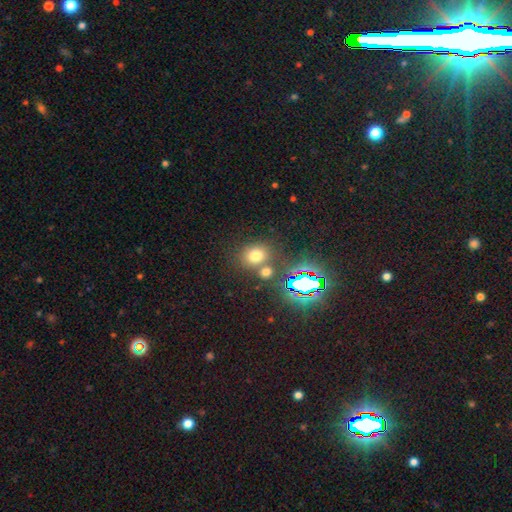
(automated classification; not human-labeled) Smooth or featured?
  - smooth: 66% *
  - star or artifact: 25%
  - featured or disk: 9%
How rounded?
  - round: 63% *
  - in between: 36%
  - cigar-shaped: 1%
Merging?
  - none: 63% *
  - merger: 23%
  - minor disturbance: 10%
  - major disturbance: 4%